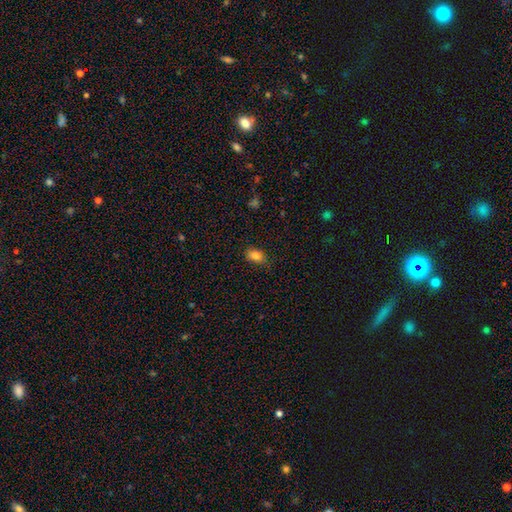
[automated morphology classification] This is clearly a smooth galaxy (84%). How rounded: clearly in between (81%). Merging: clearly none (80%).